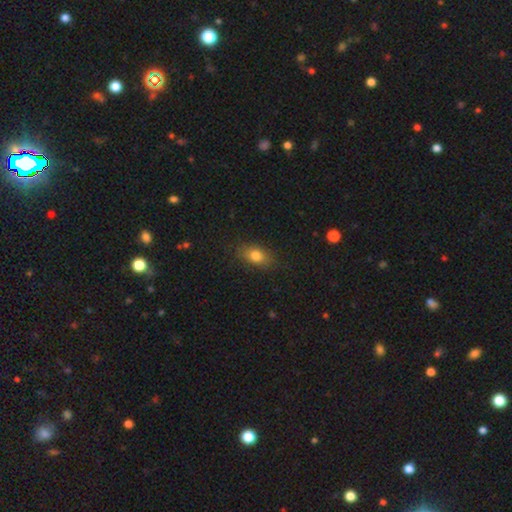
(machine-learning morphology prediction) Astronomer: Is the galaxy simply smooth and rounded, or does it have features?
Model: smooth — 80%.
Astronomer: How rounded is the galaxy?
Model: in between — 80%.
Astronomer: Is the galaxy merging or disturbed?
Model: none — 82%.